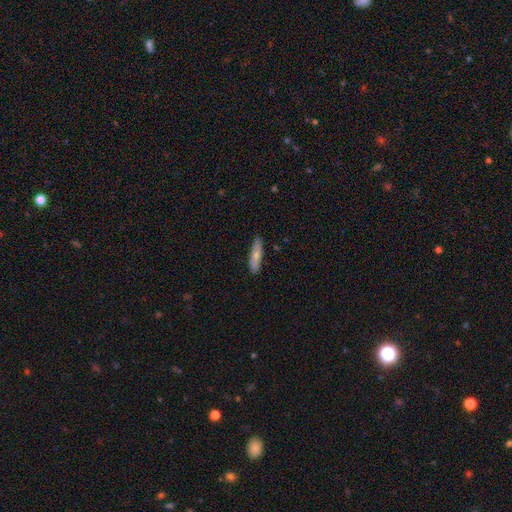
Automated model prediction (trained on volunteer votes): A smooth galaxy with no disk features (76%) that is cigar-shaped (77%). Merging: none (85%).